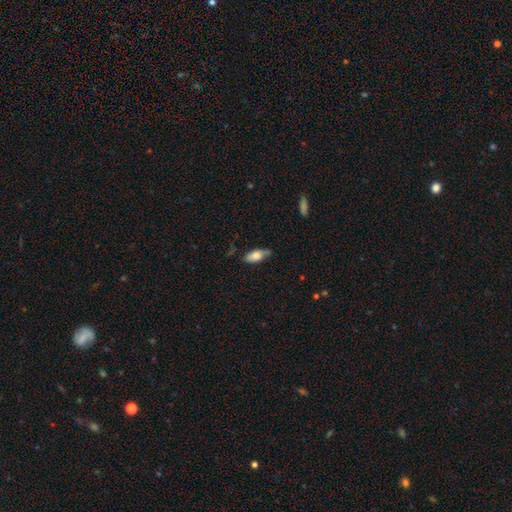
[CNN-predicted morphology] A smooth galaxy with no disk features (70%) that is in between round and cigar-shaped (80%). Merging: none (66%).